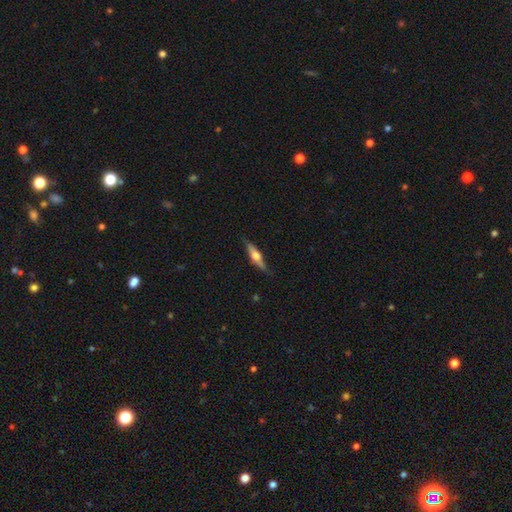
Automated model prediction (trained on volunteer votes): This is possibly a featured or disk galaxy (58%). It is clearly viewed edge-on (94%). Edge-on bulge: clearly rounded (92%). Merging: clearly none (83%).